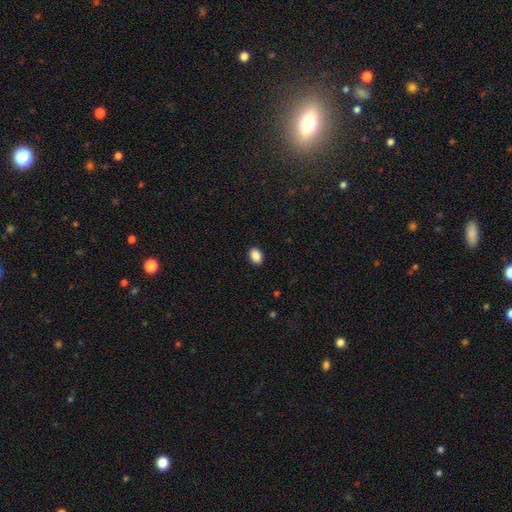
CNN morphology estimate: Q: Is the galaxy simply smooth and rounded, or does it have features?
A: smooth — 89%.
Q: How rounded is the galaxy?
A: in between — 79%.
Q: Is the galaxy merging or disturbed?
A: none — 90%.